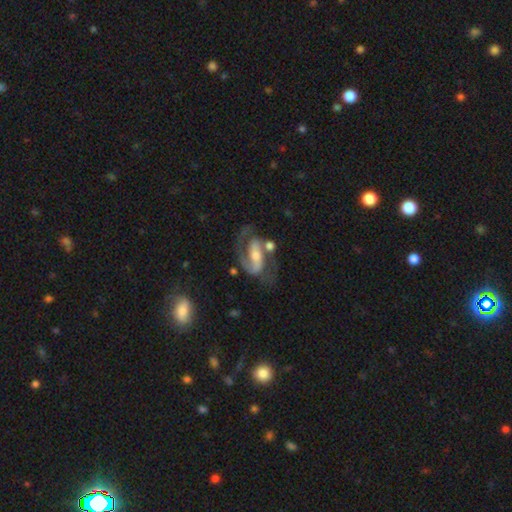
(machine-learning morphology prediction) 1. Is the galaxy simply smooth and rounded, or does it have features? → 85% featured or disk, 9% smooth, 5% star or artifact.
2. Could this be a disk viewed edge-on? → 96% no, 4% yes.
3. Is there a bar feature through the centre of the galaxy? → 47% strong, 31% weak, 22% no.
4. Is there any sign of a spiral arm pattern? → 94% yes, 6% no.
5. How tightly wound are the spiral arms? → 53% medium, 24% tight, 22% loose.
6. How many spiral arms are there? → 82% 2, 12% 1, 4% can't tell, 1% 3, 1% 4, 1% more than 4.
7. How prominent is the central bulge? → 54% moderate, 37% small, 5% large, 2% none, 1% dominant.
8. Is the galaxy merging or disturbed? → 56% none, 17% minor disturbance, 16% major disturbance, 11% merger.